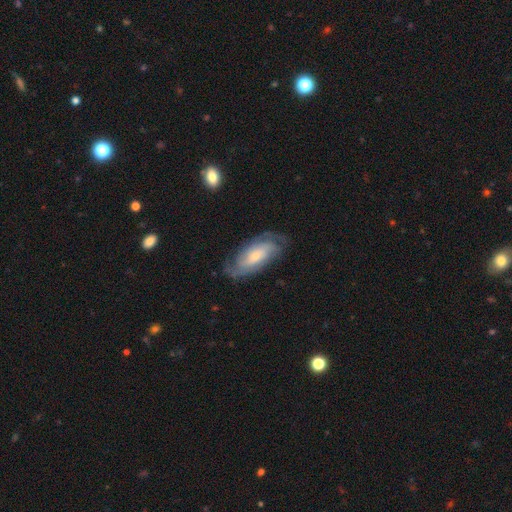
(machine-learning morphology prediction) featured or disk 75%, smooth 20%, star or artifact 6%. Down the decision tree: edge-on disk — no (93%); bar — no (61%); spiral arms — yes (93%); spiral arm count — 2 (44%); spiral winding — tight (52%); bulge size — small (60%); merging — none (71%).